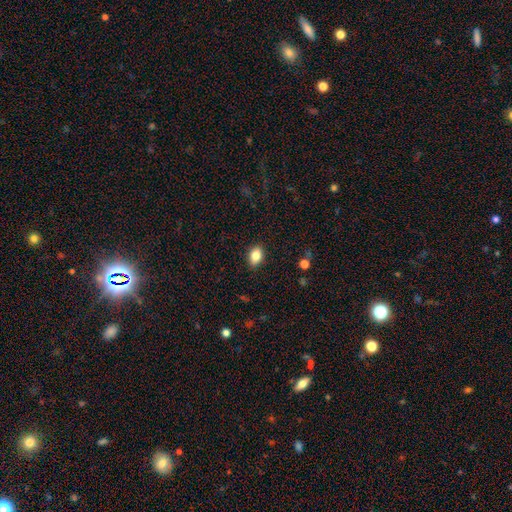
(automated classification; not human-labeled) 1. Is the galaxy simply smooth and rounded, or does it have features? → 84% smooth, 9% star or artifact, 7% featured or disk.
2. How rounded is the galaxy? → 83% in between, 16% round, 1% cigar-shaped.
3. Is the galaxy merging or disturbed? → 89% none, 8% minor disturbance, 2% major disturbance, 1% merger.